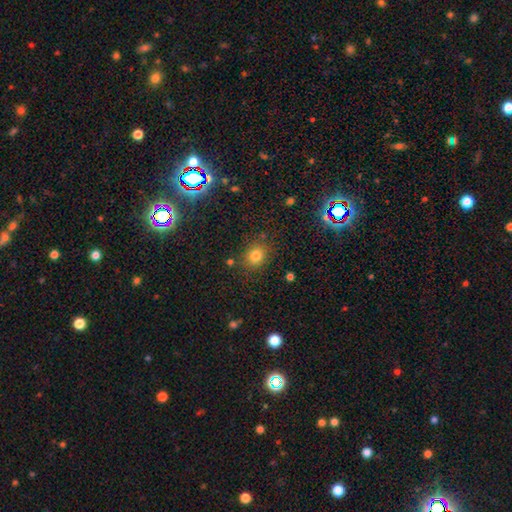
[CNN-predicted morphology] type=smooth (79%); roundness=round (72%); merging=none (82%).